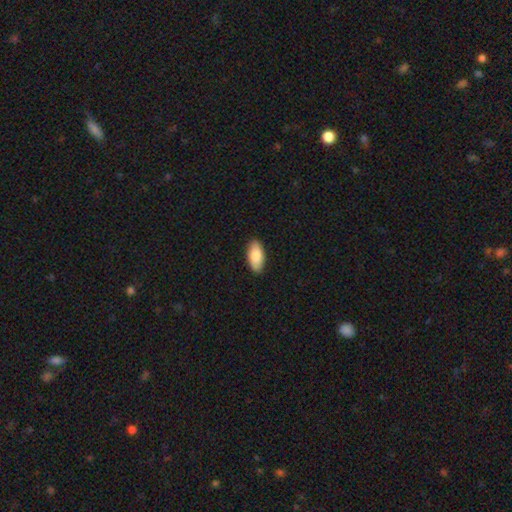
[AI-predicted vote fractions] This appears to be a smooth galaxy with no disk features (84%) that is in between round and cigar-shaped (91%). Merging: none (90%).